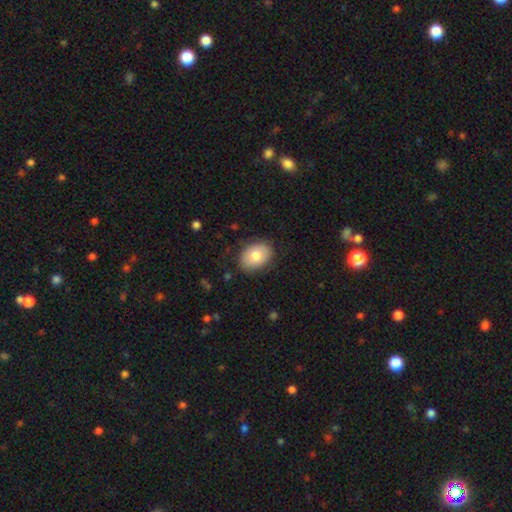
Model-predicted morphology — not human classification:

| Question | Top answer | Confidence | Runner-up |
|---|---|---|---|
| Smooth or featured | smooth | 78% | featured or disk (15%) |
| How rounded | in between | 73% | round (26%) |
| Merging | none | 84% | minor disturbance (12%) |